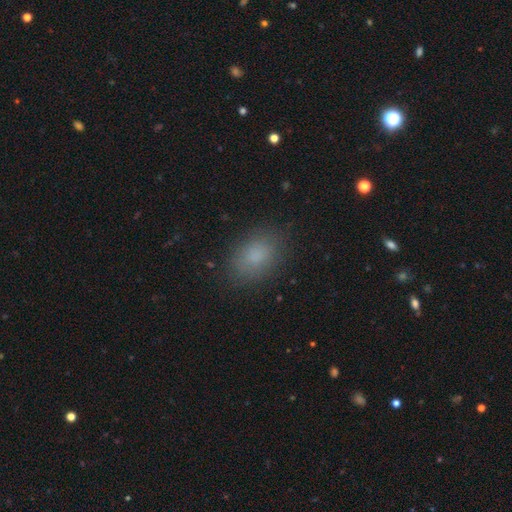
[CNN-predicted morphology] type=smooth (83%); roundness=in between (81%); merging=none (84%).